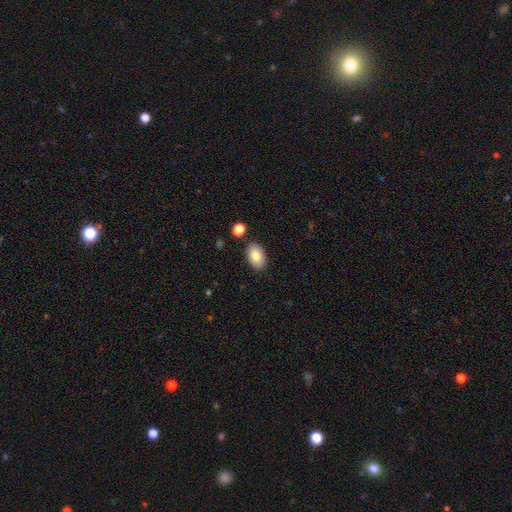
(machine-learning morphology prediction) Overall: smooth (84%). How rounded: in between (91%). Merging: none (86%).